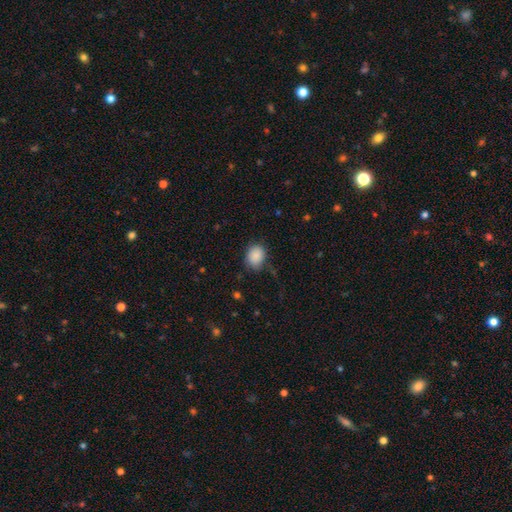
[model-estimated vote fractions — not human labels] Overall: smooth (88%). How rounded: round (50%; in between 49%). Merging: none (75%).